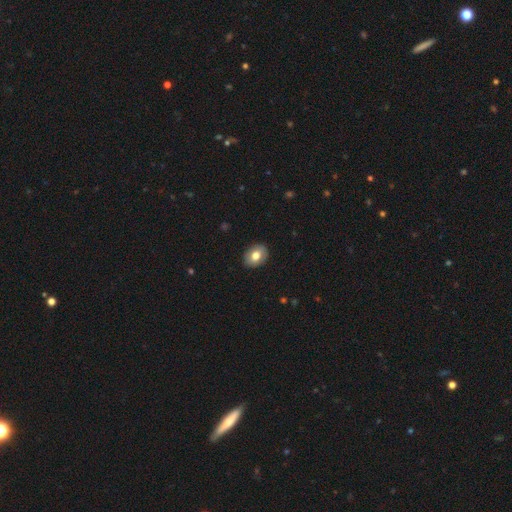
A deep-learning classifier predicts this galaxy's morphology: smooth 75%, featured or disk 18%, star or artifact 7%. Down the decision tree: how rounded — in between (65%); merging — none (89%).